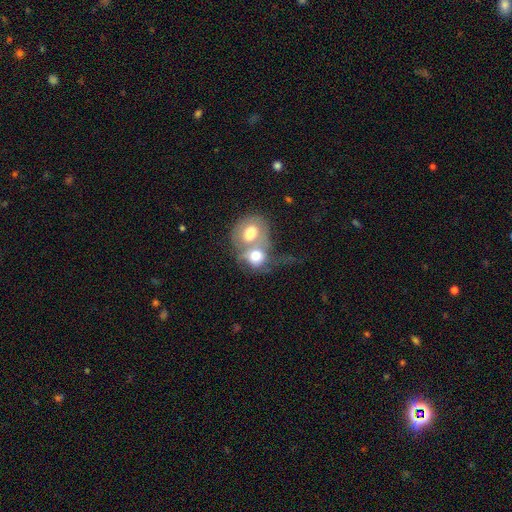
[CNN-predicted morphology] type=smooth (59%); roundness=round (60%); merging=merger (76%).